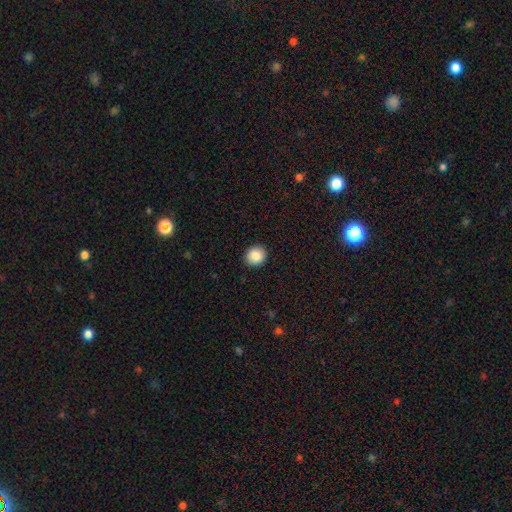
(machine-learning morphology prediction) smooth 87%, star or artifact 8%, featured or disk 5%. Down the decision tree: how rounded — round (83%); merging — none (91%).